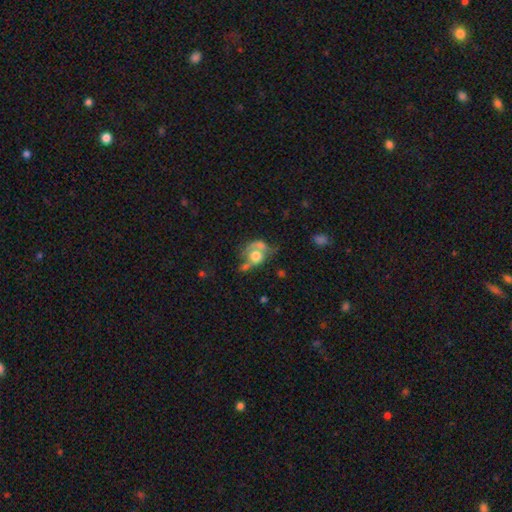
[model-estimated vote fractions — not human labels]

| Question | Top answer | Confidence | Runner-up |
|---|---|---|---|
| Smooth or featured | smooth | 50% | featured or disk (40%) |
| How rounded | round | 61% | in between (37%) |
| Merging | merger | 34% | none (26%) |